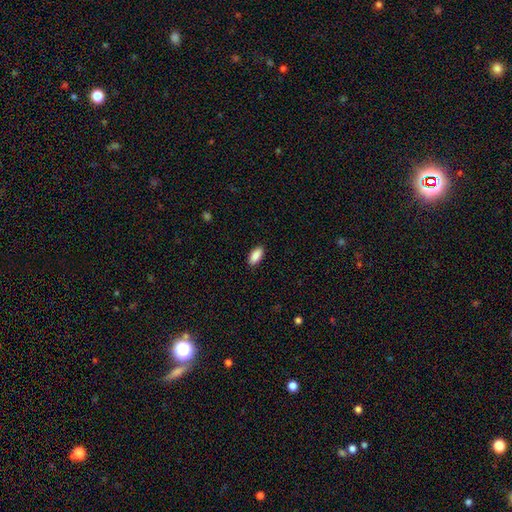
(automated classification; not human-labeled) Overall: smooth (90%). How rounded: in between (89%). Merging: none (90%).